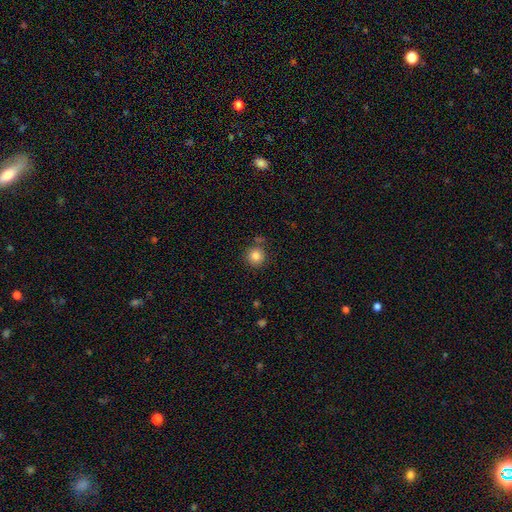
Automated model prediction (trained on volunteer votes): This is clearly a smooth galaxy (84%). How rounded: clearly round (94%). Merging: likely none (79%).